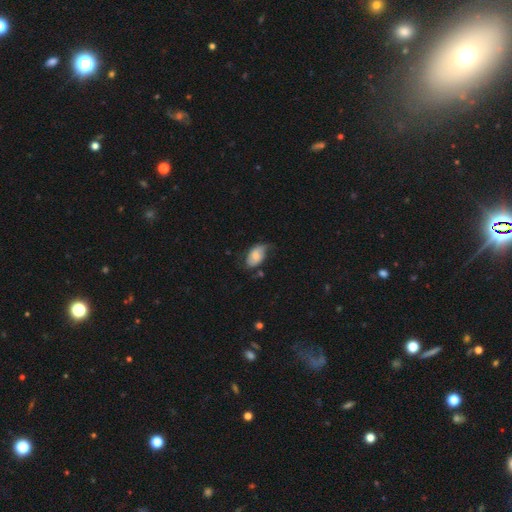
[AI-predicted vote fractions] smooth_or_featured: smooth (p=0.59) [alt: featured or disk p=0.33]
how_rounded: in between (p=0.91) [alt: round p=0.08]
merging: none (p=0.44) [alt: minor disturbance p=0.37]